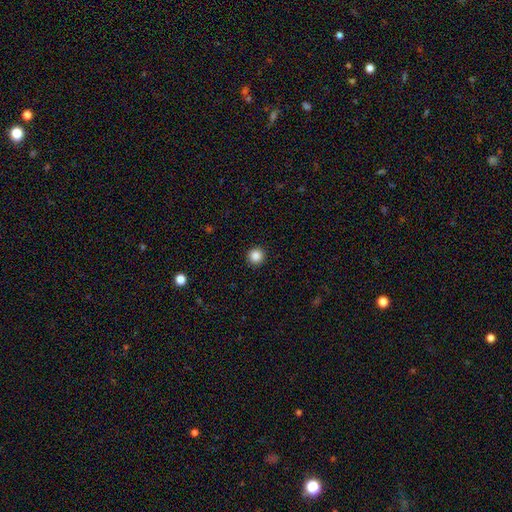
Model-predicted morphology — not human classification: Smooth or featured? Predicted: smooth (p=0.87). How rounded? Predicted: round (p=0.95). Merging? Predicted: none (p=0.93).